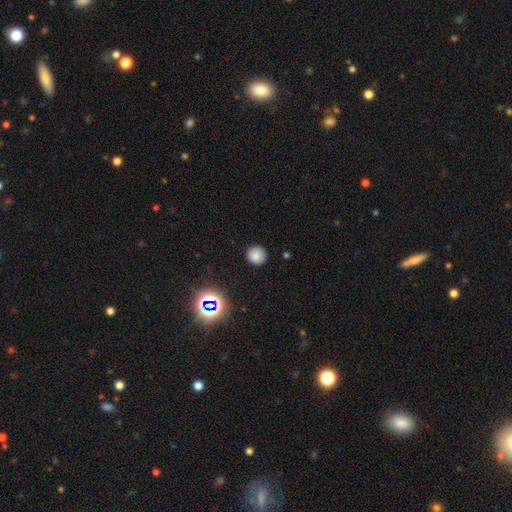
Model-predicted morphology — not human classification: A smooth galaxy with no disk features (79%) that is round (94%).

Vote fractions:
- Smooth or featured? smooth: 79% / star or artifact: 15% / featured or disk: 5%
- How rounded? round: 94% / in between: 5% / cigar-shaped: 1%
- Merging? none: 90% / minor disturbance: 7% / major disturbance: 2% / merger: 1%